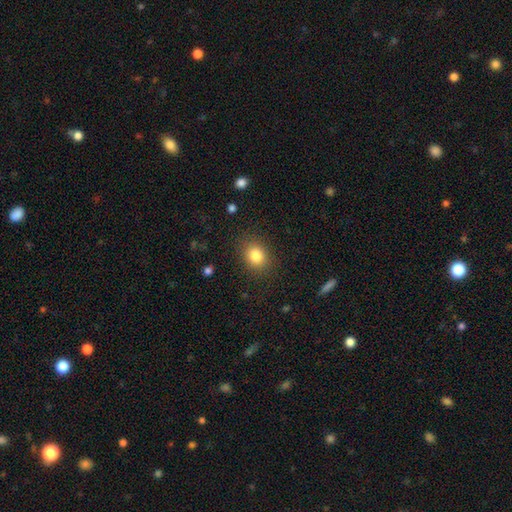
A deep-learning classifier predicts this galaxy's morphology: Overall: smooth (83%). How rounded: round (56%; in between 43%). Merging: none (85%).